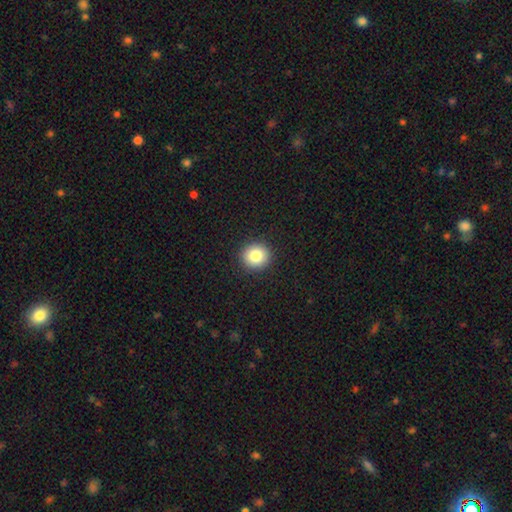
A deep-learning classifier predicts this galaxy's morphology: A smooth galaxy with no disk features (82%) that is round (90%).

Vote fractions:
- Smooth or featured? smooth: 82% / star or artifact: 10% / featured or disk: 7%
- How rounded? round: 90% / in between: 9% / cigar-shaped: 1%
- Merging? none: 92% / minor disturbance: 5% / major disturbance: 2% / merger: 1%